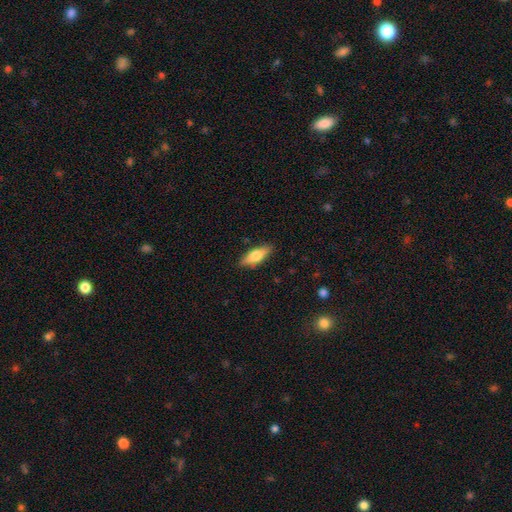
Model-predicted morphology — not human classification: A smooth galaxy with no disk features (67%) that is in between round and cigar-shaped (61%). Merging: none (86%).